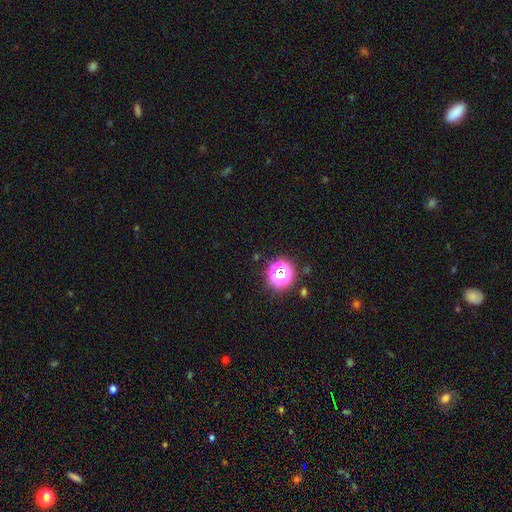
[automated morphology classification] This appears to be a star or artifact, not a galaxy (70%).